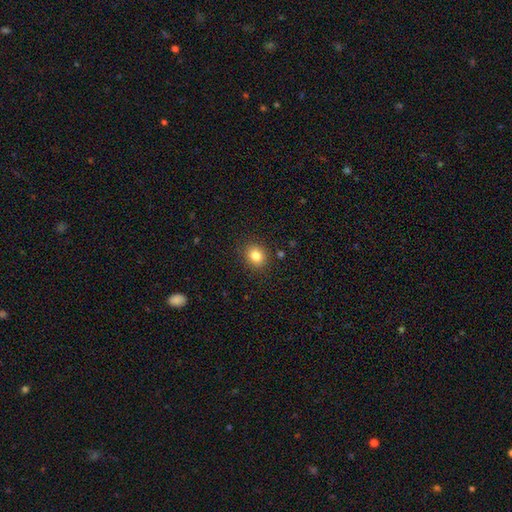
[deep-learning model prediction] This is clearly a smooth galaxy (82%). How rounded: likely round (71%). Merging: clearly none (88%).